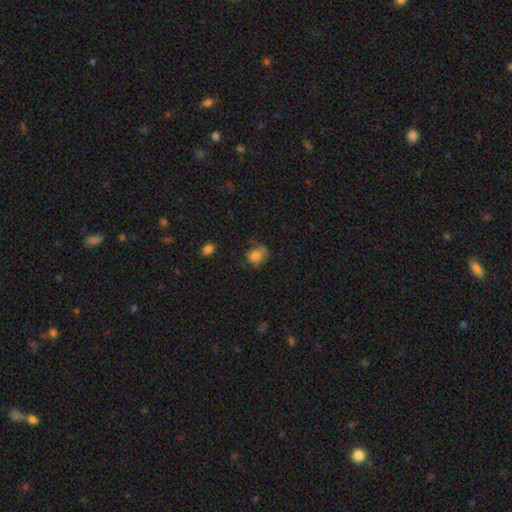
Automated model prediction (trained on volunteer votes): Morphology: type=smooth (74%); roundness=round (53%); merging=none (49%).